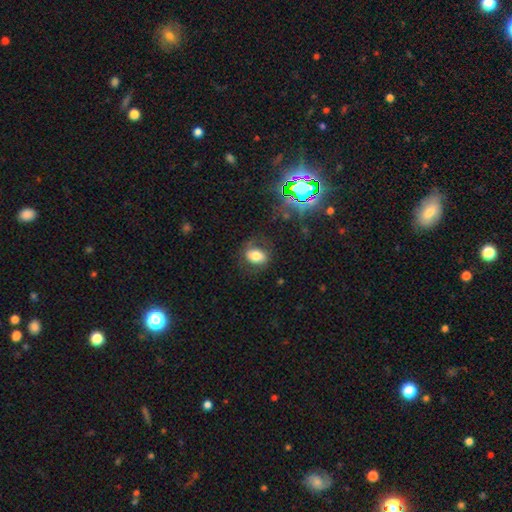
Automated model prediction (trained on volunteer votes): A smooth galaxy with no disk features (60%) that is in between round and cigar-shaped (69%). Merging: none (67%).